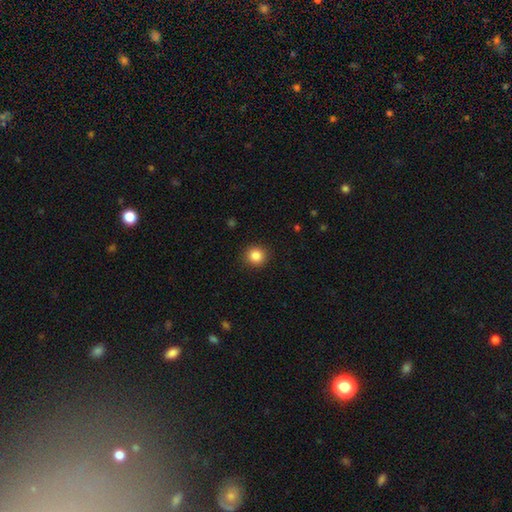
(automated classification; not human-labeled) Smooth or featured? Predicted: smooth (p=0.86). How rounded? Predicted: round (p=0.92). Merging? Predicted: none (p=0.91).